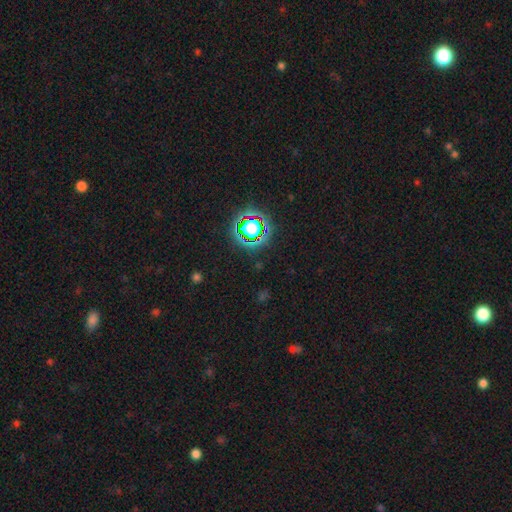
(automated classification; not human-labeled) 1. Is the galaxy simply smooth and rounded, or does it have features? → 77% star or artifact, 15% smooth, 8% featured or disk.